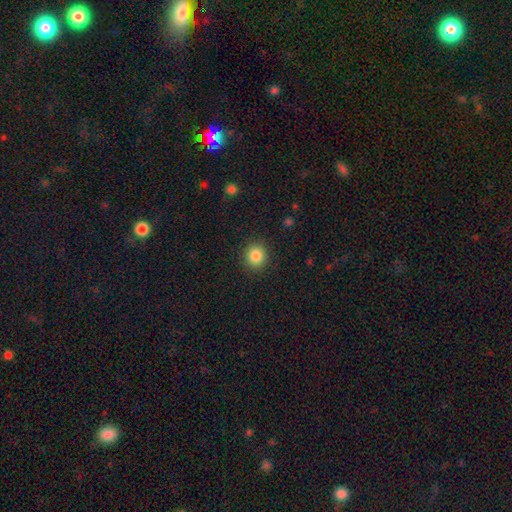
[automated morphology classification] smooth 85%, star or artifact 10%, featured or disk 5%. Down the decision tree: how rounded — round (88%); merging — none (90%).